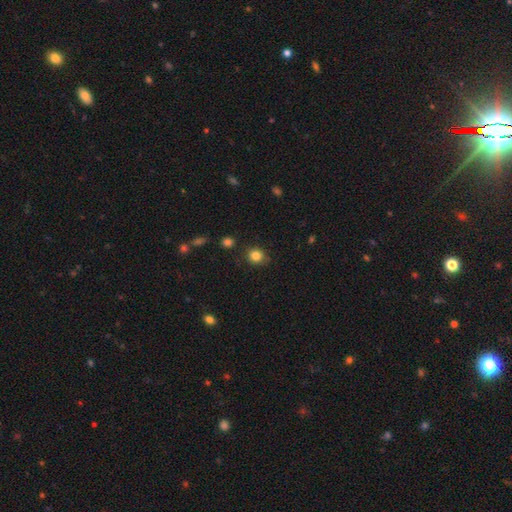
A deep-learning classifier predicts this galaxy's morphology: type=smooth (83%); roundness=round (82%); merging=none (84%).